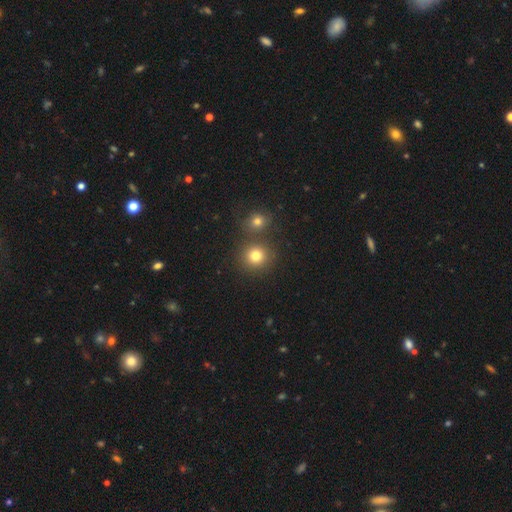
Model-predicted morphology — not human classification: Q: Smooth or featured?
A: smooth (79%); runner-up: star or artifact (15%)
Q: How rounded?
A: round (89%); runner-up: in between (10%)
Q: Merging?
A: none (73%); runner-up: merger (17%)